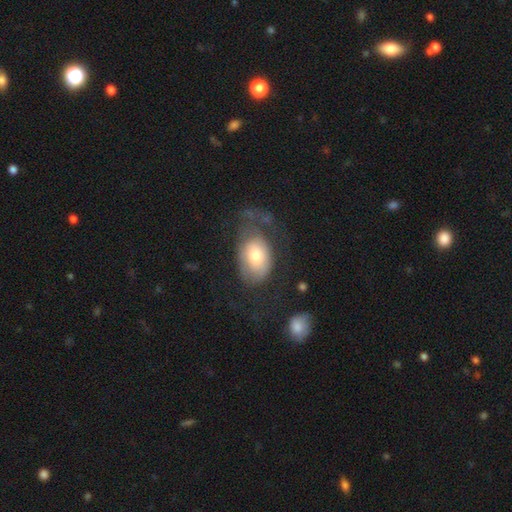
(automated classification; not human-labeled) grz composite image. It shows a smooth galaxy with no disk features (58%) that is in between round and cigar-shaped (86%). Merging: none (36%, tied with major disturbance).